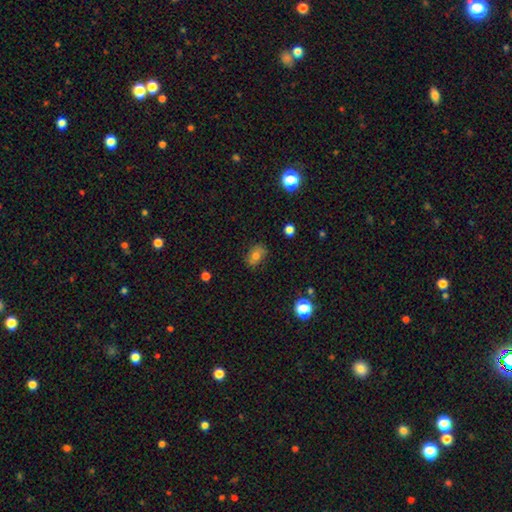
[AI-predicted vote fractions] This appears to be a smooth galaxy with no disk features (72%) that is in between round and cigar-shaped (77%). Merging: none (80%).